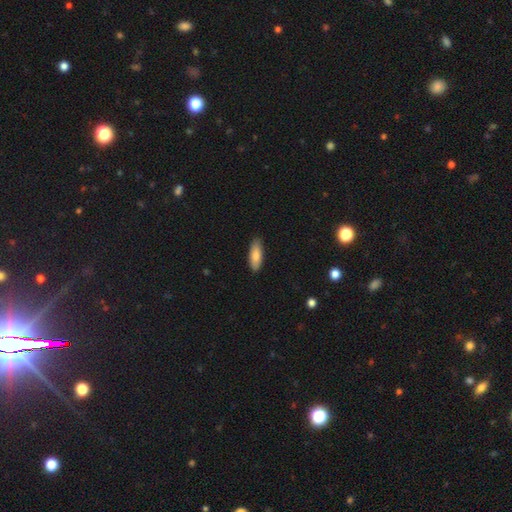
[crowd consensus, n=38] Smooth or featured?
  - smooth: 95% *
  - featured or disk: 3%
  - star or artifact: 3%
How rounded?
  - in between: 53% *
  - cigar-shaped: 44%
  - round: 3%
Merging?
  - none: 78% *
  - minor disturbance: 16%
  - major disturbance: 3%
  - merger: 3%